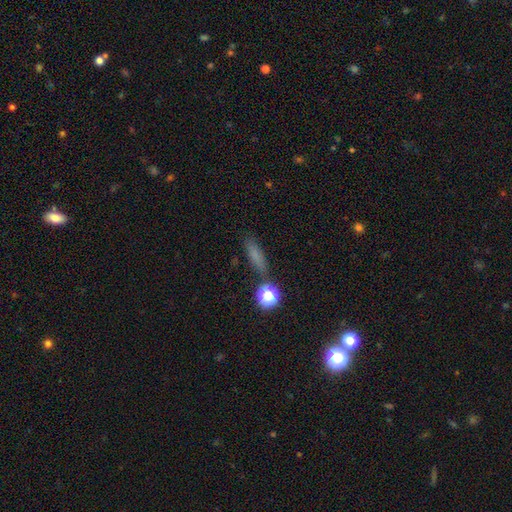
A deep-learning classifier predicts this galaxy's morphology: This appears to be a smooth galaxy with no disk features (71%) that is cigar-shaped (59%). Merging: none (77%).